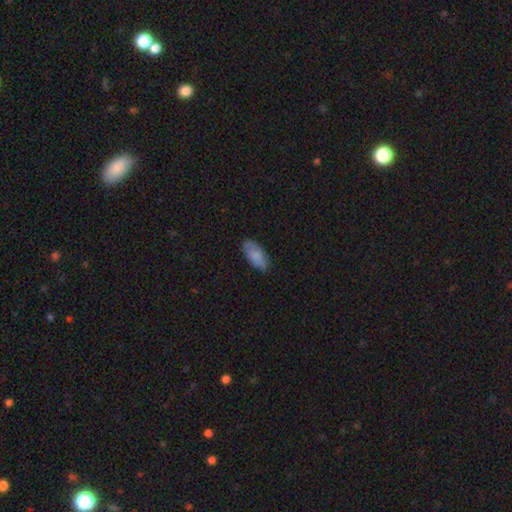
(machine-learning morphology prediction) Smooth or featured: smooth — 82% (featured or disk — 11%)
How rounded: in between — 88% (cigar-shaped — 10%)
Merging: none — 77% (minor disturbance — 18%)